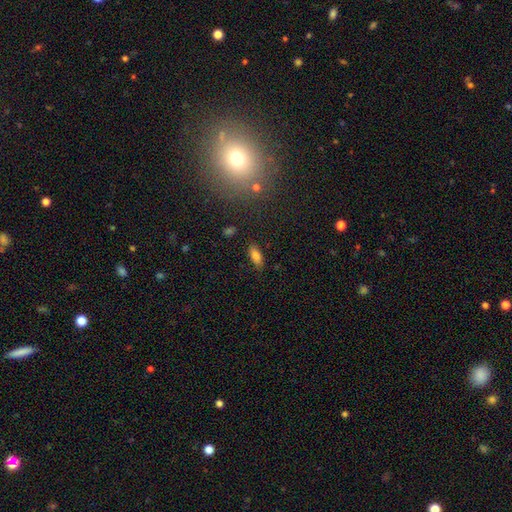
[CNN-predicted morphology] smooth_or_featured: smooth (p=0.81) [alt: star or artifact p=0.10]
how_rounded: in between (p=0.83) [alt: cigar-shaped p=0.15]
merging: none (p=0.83) [alt: minor disturbance p=0.13]